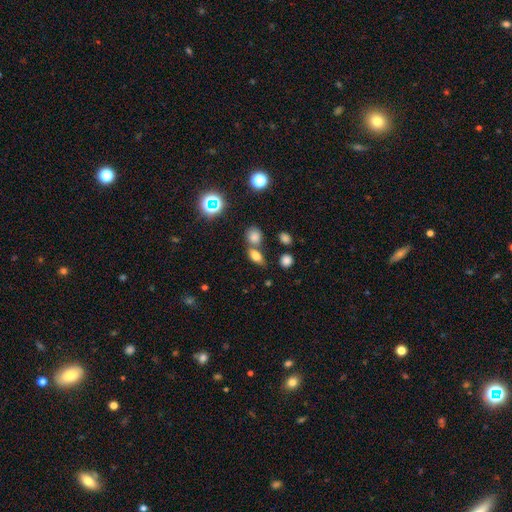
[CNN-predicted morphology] A smooth galaxy with no disk features (70%) that is in between round and cigar-shaped (73%).

Vote fractions:
- Smooth or featured? smooth: 70% / star or artifact: 17% / featured or disk: 14%
- How rounded? in between: 73% / round: 19% / cigar-shaped: 8%
- Merging? none: 55% / merger: 30% / minor disturbance: 11% / major disturbance: 4%